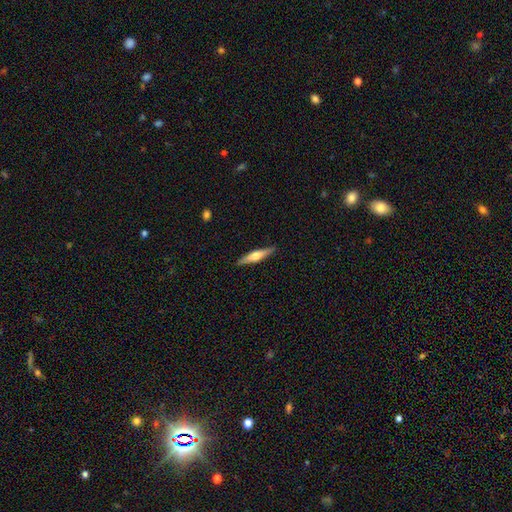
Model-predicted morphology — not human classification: smooth_or_featured: featured or disk (p=0.60) [alt: smooth p=0.35]
disk_edge_on: yes (p=0.96) [alt: no p=0.04]
edge_on_bulge: rounded (p=0.91) [alt: boxy p=0.05]
merging: none (p=0.90) [alt: minor disturbance p=0.08]